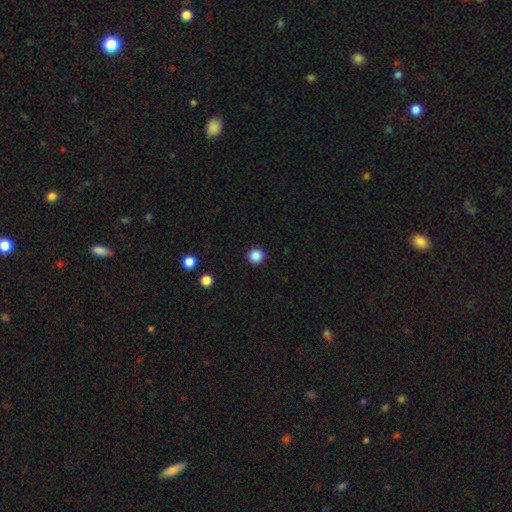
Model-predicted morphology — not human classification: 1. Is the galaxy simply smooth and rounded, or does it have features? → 87% smooth, 11% star or artifact, 2% featured or disk.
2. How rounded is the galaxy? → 95% round, 4% in between, 1% cigar-shaped.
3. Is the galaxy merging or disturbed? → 93% none, 5% minor disturbance, 2% major disturbance, 1% merger.